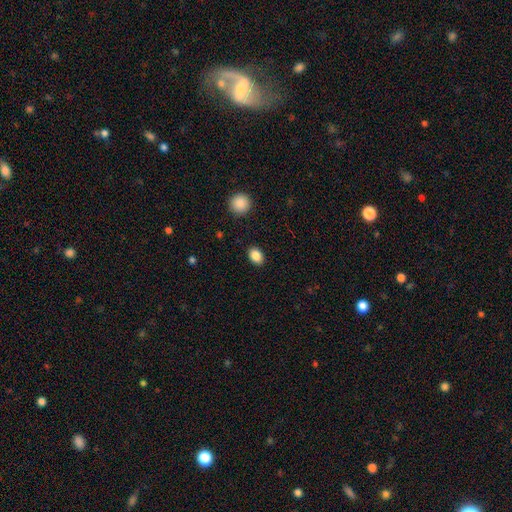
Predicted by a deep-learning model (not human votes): Smooth or featured: smooth — 86% (star or artifact — 9%)
How rounded: in between — 68% (round — 31%)
Merging: none — 88% (minor disturbance — 8%)